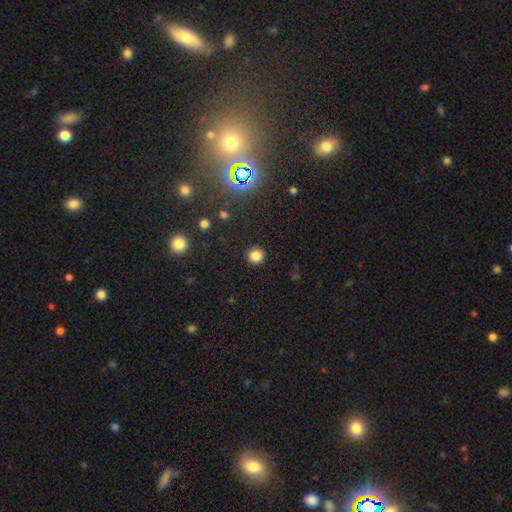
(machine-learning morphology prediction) Smooth or featured: smooth — 82% (star or artifact — 14%)
How rounded: round — 91% (in between — 8%)
Merging: none — 90% (minor disturbance — 6%)